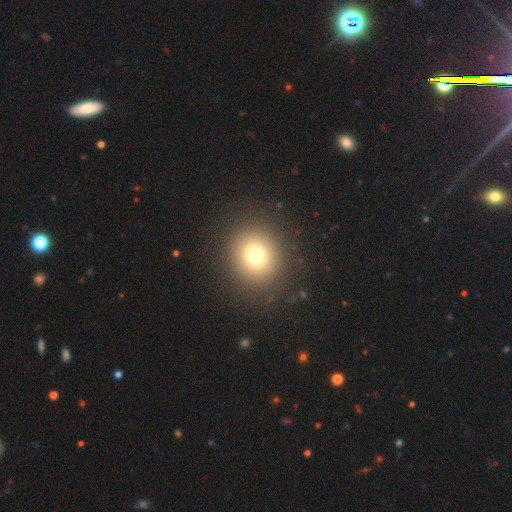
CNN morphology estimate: The model was most divided on "smooth or featured": smooth: 74%, star or artifact: 15%, featured or disk: 11%. More confident: merging — none (89%); how rounded — round (85%).